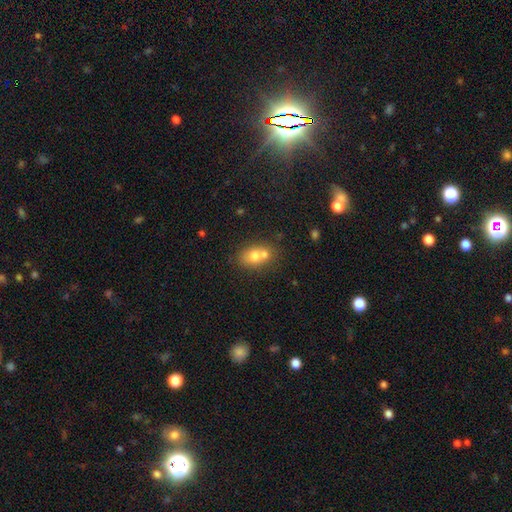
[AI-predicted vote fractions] Smooth or featured?
  - smooth: 69% *
  - featured or disk: 20%
  - star or artifact: 12%
How rounded?
  - in between: 59% *
  - round: 39%
  - cigar-shaped: 2%
Merging?
  - merger: 50% *
  - none: 37%
  - minor disturbance: 9%
  - major disturbance: 3%